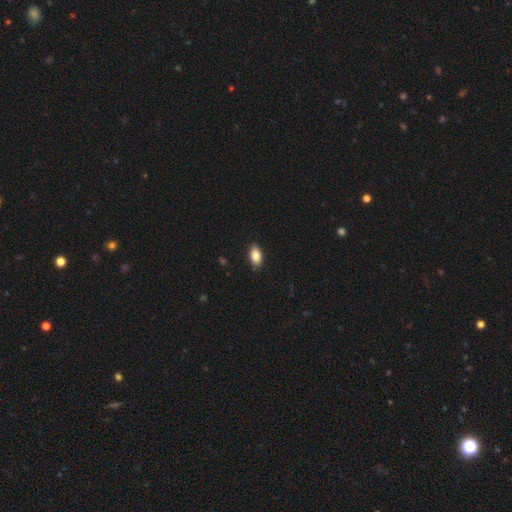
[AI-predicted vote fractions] Smooth or featured? smooth (84%)
How rounded? in between (91%)
Merging? none (86%)